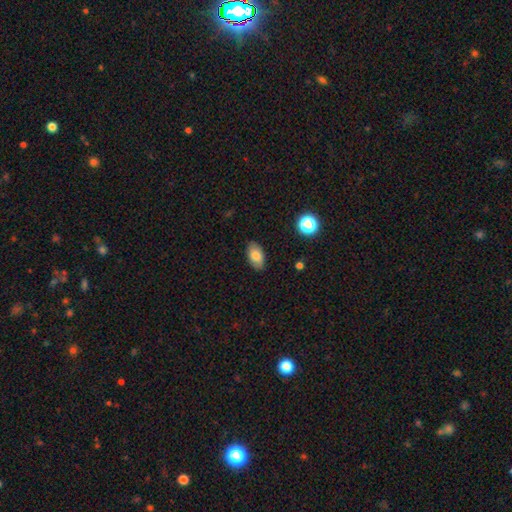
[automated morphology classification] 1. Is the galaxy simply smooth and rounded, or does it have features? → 80% smooth, 12% featured or disk, 8% star or artifact.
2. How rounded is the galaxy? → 92% in between, 6% round, 2% cigar-shaped.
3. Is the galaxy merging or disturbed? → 86% none, 10% minor disturbance, 2% major disturbance, 1% merger.